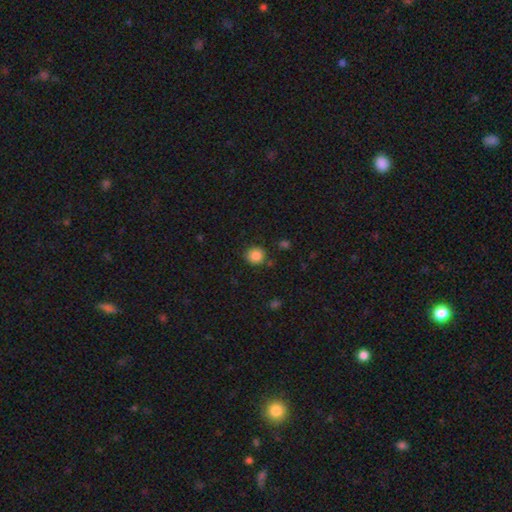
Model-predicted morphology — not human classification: This appears to be a smooth galaxy with no disk features (86%) that is round (86%). Merging: none (83%).